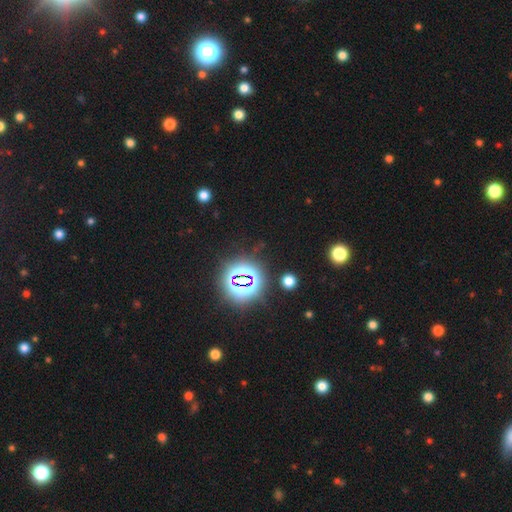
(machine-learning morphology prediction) Smooth or featured: star or artifact — 81% (smooth — 12%)